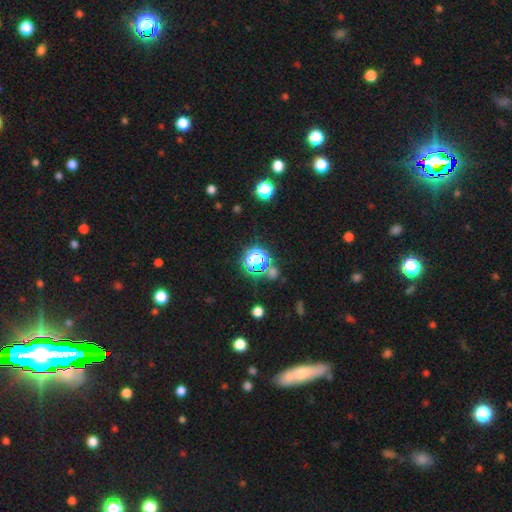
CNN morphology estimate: Smooth or featured? Predicted: star or artifact (p=0.63).